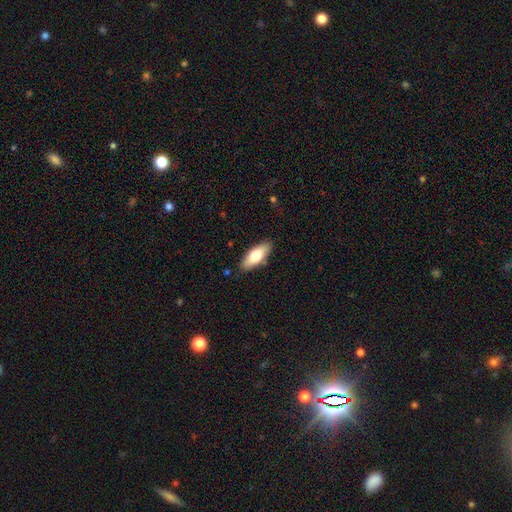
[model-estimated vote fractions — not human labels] A smooth galaxy with no disk features (71%) that is in between round and cigar-shaped (72%).

Vote fractions:
- Smooth or featured? smooth: 71% / featured or disk: 23% / star or artifact: 6%
- How rounded? in between: 72% / cigar-shaped: 25% / round: 2%
- Merging? none: 86% / minor disturbance: 11% / major disturbance: 2% / merger: 1%